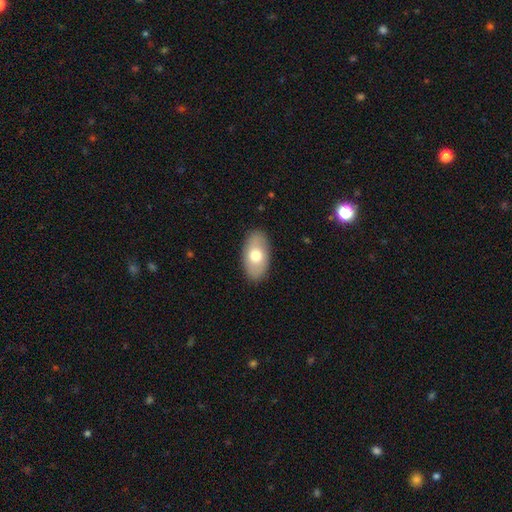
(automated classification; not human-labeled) smooth 69%, featured or disk 26%, star or artifact 6%. Down the decision tree: how rounded — in between (93%); merging — none (87%).